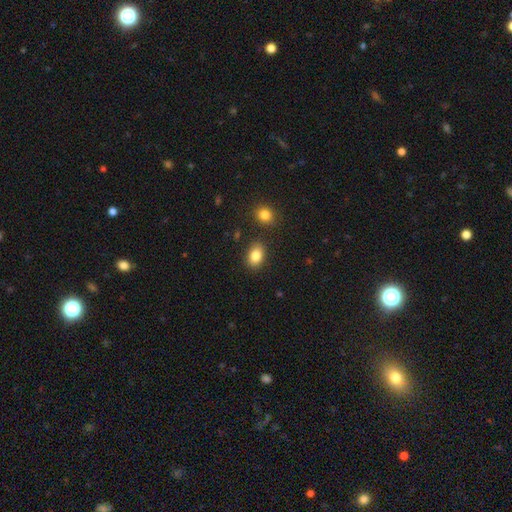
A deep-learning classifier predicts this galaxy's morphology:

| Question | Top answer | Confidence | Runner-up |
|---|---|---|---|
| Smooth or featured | smooth | 84% | star or artifact (9%) |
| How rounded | in between | 80% | round (19%) |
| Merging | none | 85% | minor disturbance (9%) |